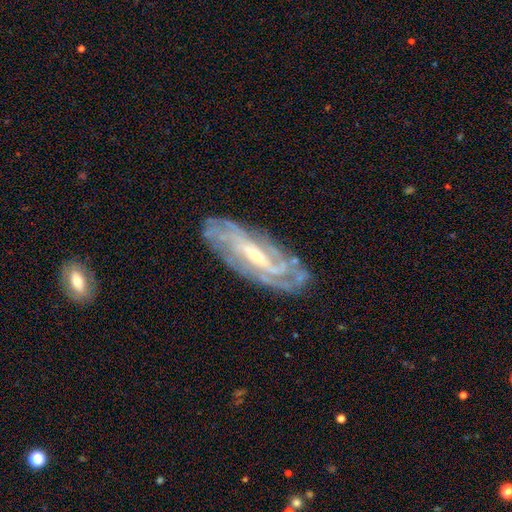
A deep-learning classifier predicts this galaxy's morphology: Overall: featured or disk (85%). Edge-on disk: no (85%). Bar: weak (39%; strong 36%). Spiral arms: yes (93%). Spiral arm count: can't tell (39%; 2 19%). Spiral winding: tight (63%; medium 28%). Bulge size: small (52%; moderate 43%). Merging: none (78%).